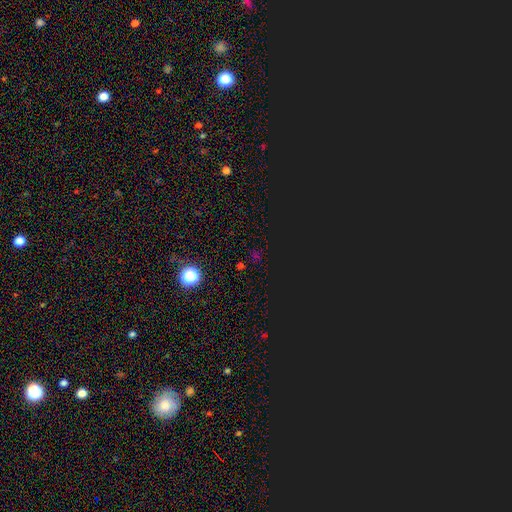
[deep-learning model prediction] Overall: star or artifact (72%).